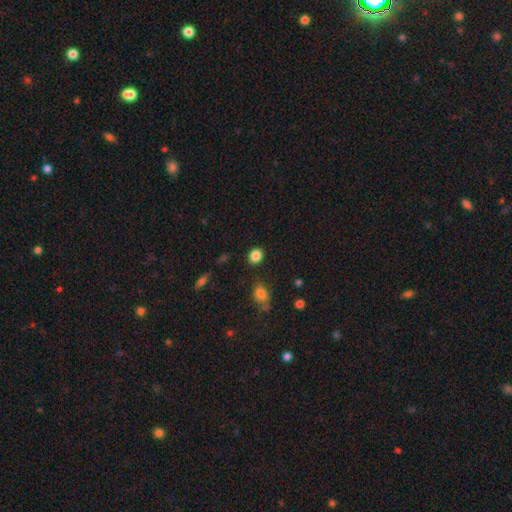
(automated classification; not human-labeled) Overall: smooth (85%). How rounded: round (62%; in between 37%). Merging: none (86%).